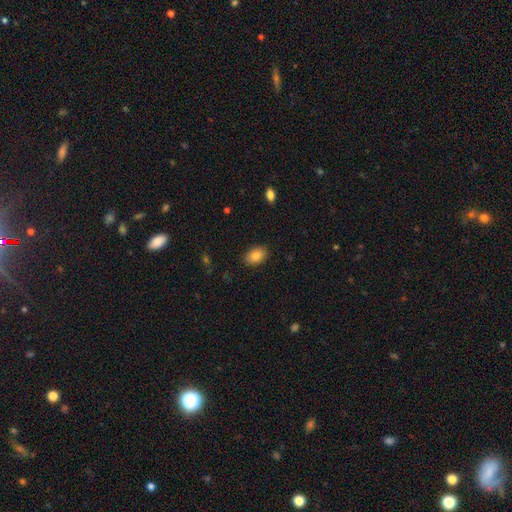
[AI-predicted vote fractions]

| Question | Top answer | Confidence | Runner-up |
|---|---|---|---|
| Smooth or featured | smooth | 83% | featured or disk (9%) |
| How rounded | in between | 86% | round (12%) |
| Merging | none | 88% | minor disturbance (9%) |